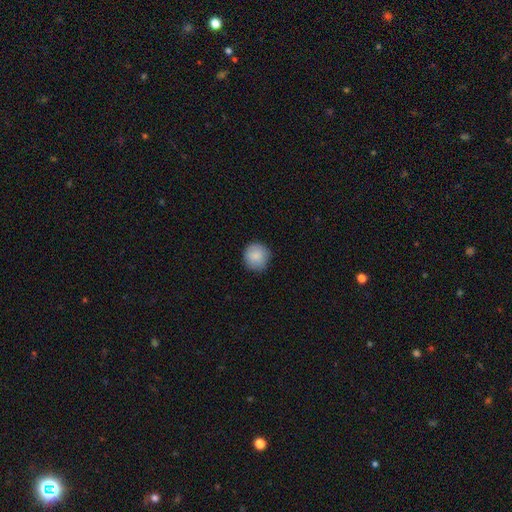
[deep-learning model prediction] Smooth or featured: smooth — 88% (star or artifact — 7%)
How rounded: round — 94% (in between — 5%)
Merging: none — 85% (minor disturbance — 11%)